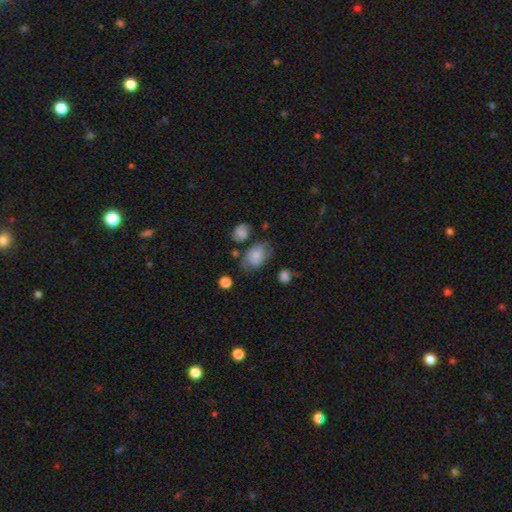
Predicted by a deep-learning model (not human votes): Morphology: type=smooth (73%); roundness=in between (80%); merging=none (53%).